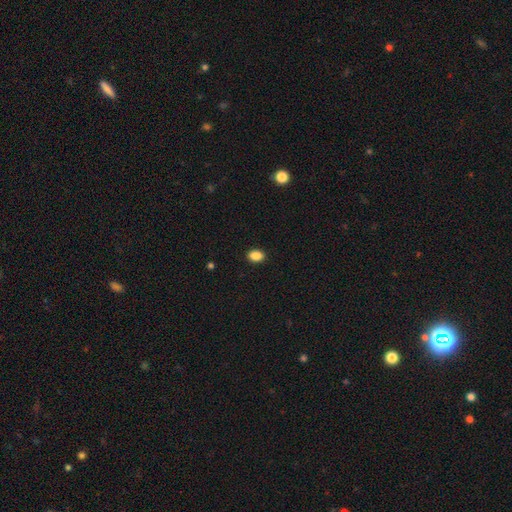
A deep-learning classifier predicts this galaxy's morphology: type=smooth (88%); roundness=in between (78%); merging=none (91%).